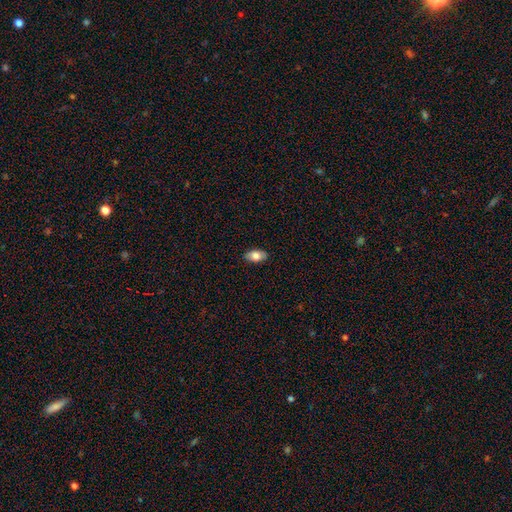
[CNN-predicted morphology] Smooth or featured? Predicted: smooth (p=0.79). How rounded? Predicted: in between (p=0.92). Merging? Predicted: none (p=0.87).